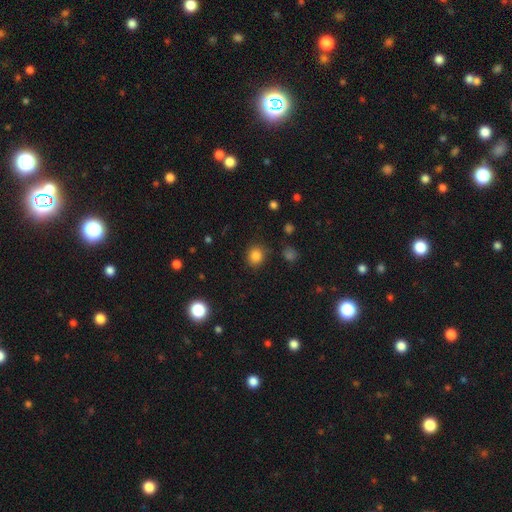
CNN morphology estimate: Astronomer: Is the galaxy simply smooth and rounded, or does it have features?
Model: smooth — 84%.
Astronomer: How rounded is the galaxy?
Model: round — 78%.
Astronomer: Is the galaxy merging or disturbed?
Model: none — 83%.